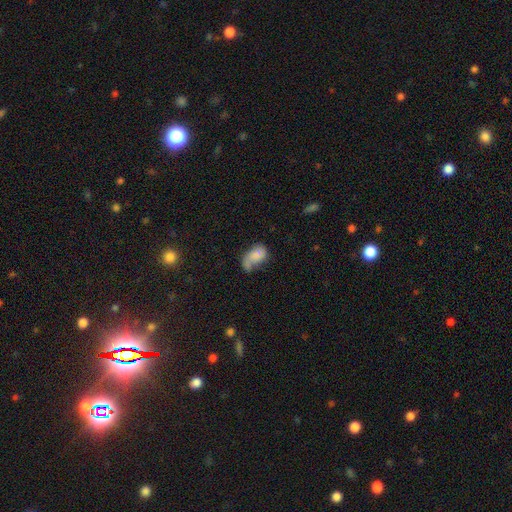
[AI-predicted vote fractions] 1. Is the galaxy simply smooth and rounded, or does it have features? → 66% smooth, 24% featured or disk, 9% star or artifact.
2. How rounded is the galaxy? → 88% in between, 10% round, 2% cigar-shaped.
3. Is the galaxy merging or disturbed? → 31% major disturbance, 28% minor disturbance, 28% none, 13% merger.